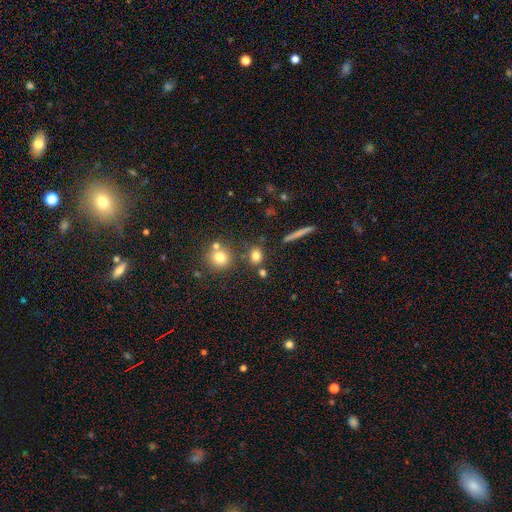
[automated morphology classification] Smooth or featured? Predicted: smooth (p=0.77). How rounded? Predicted: round (p=0.58). Merging? Predicted: none (p=0.76).